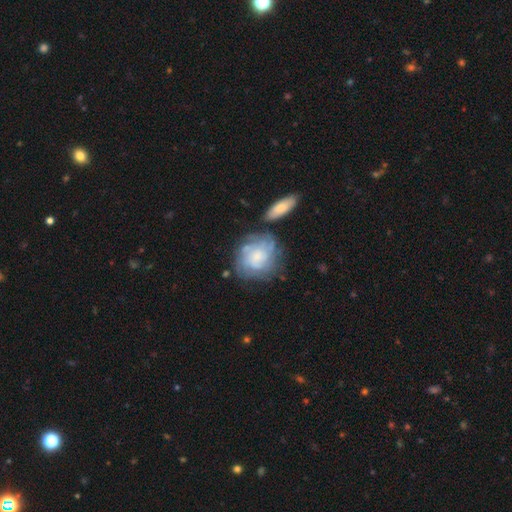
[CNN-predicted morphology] Smooth or featured? featured or disk (62%)
Edge-on disk? no (96%)
Bar? no (73%)
Spiral arms? yes (84%)
Bulge size? small (43%)
Merging? none (65%)